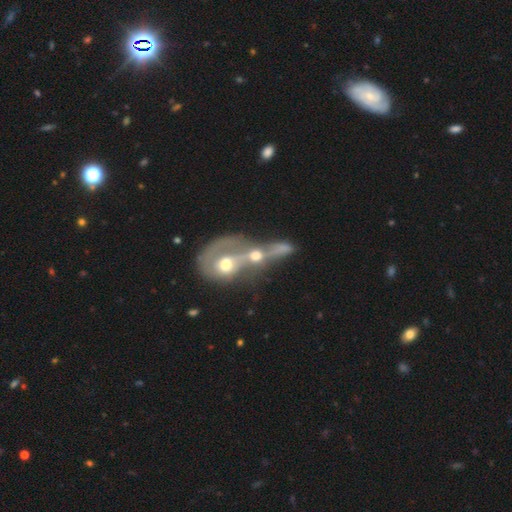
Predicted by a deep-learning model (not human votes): featured or disk 60%, smooth 29%, star or artifact 11%. Down the decision tree: edge-on disk — no (86%); bar — no (77%); spiral arms — no (54%); bulge size — moderate (64%); merging — merger (81%).